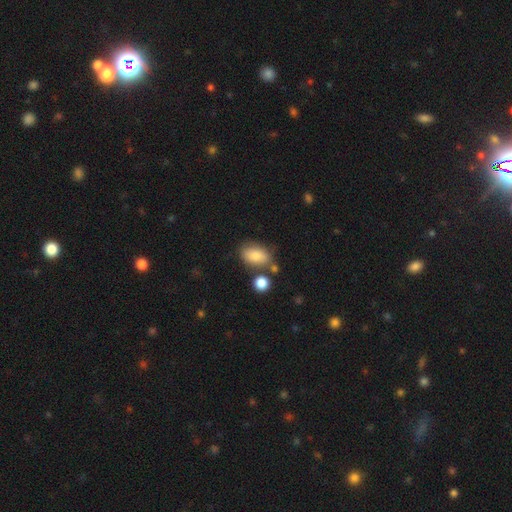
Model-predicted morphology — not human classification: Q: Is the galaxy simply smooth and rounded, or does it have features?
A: smooth — 82%.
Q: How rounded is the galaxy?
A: in between — 88%.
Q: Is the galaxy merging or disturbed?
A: none — 64%.